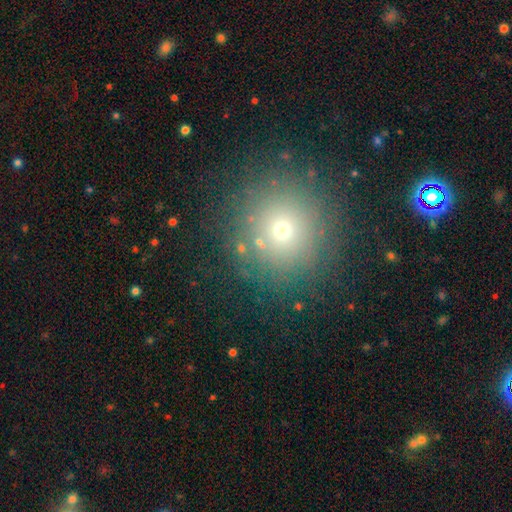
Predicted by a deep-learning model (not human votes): smooth 59%, star or artifact 28%, featured or disk 13%. Down the decision tree: how rounded — round (94%); merging — none (86%).